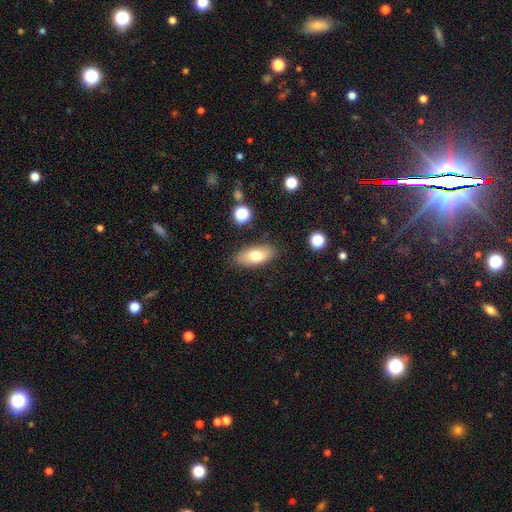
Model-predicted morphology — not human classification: smooth_or_featured: smooth (p=0.76) [alt: featured or disk p=0.17]
how_rounded: in between (p=0.85) [alt: cigar-shaped p=0.12]
merging: none (p=0.83) [alt: minor disturbance p=0.12]